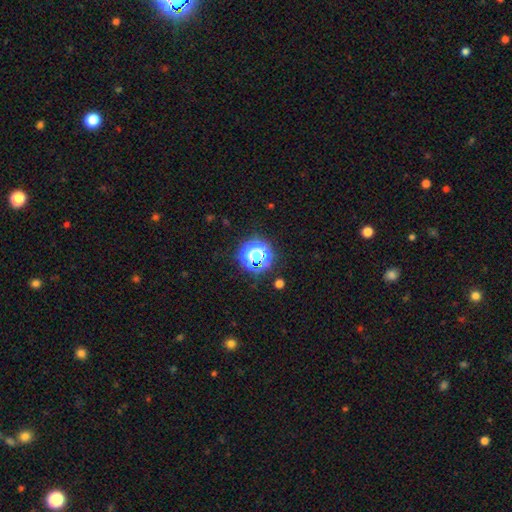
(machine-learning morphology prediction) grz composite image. It shows a star or artifact, not a galaxy (47%).